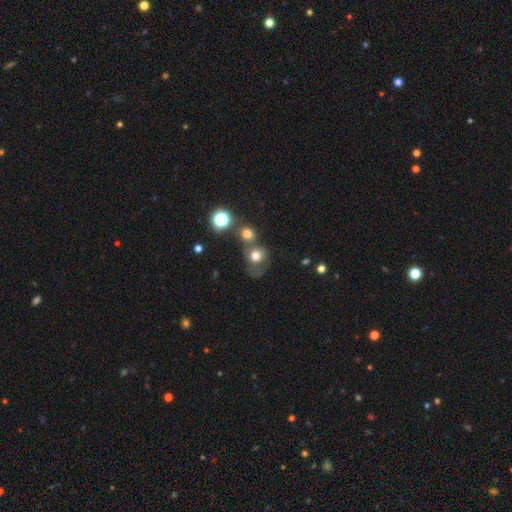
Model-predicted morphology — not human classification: smooth-or-featured: smooth: 70% | featured or disk: 15% | star or artifact: 15%
  how-rounded: round: 75% | in between: 24% | cigar-shaped: 1%
  merging: none: 38% | merger: 37% | minor disturbance: 14% | major disturbance: 12%